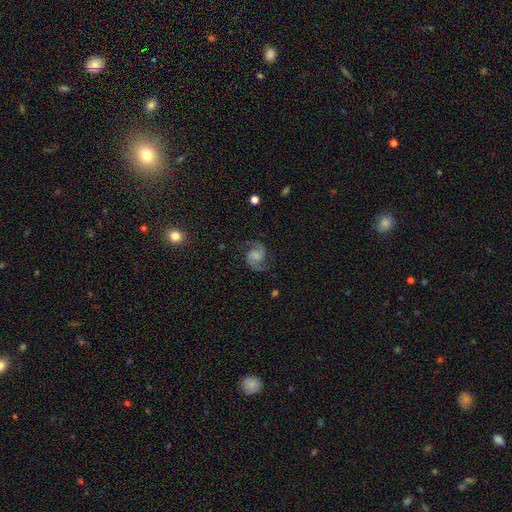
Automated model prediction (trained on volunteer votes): Overall: featured or disk (89%). Edge-on disk: no (98%). Bar: no (55%; weak 36%). Spiral arms: yes (98%). Spiral arm count: 2 (94%). Spiral winding: medium (60%; loose 25%). Bulge size: none (41%; small 27%). Merging: none (80%).